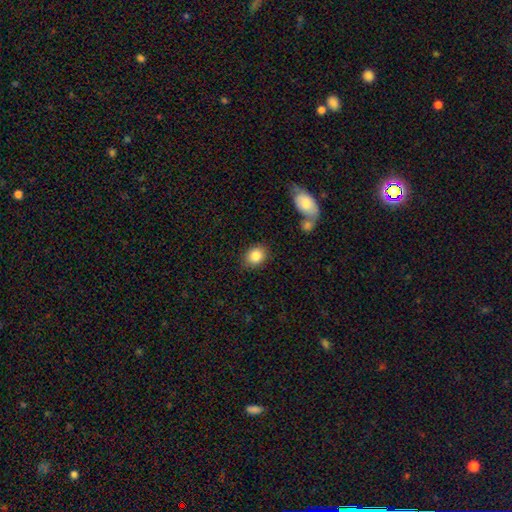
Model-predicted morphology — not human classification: The model was most divided on "how rounded": round: 55%, in between: 44%, cigar-shaped: 1%. More confident: smooth or featured — smooth (85%); merging — none (82%).